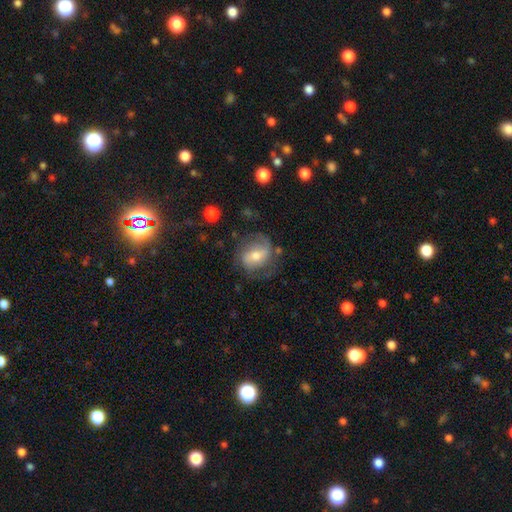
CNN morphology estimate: Smooth or featured?
  - featured or disk: 61% *
  - smooth: 32%
  - star or artifact: 7%
Edge-on disk?
  - no: 96% *
  - yes: 4%
Bar?
  - weak: 46% *
  - no: 27%
  - strong: 27%
Spiral arms?
  - yes: 82% *
  - no: 18%
Bulge size?
  - moderate: 60% *
  - small: 29%
  - large: 7%
  - none: 2%
  - dominant: 1%
Merging?
  - none: 59% *
  - minor disturbance: 23%
  - major disturbance: 16%
  - merger: 3%